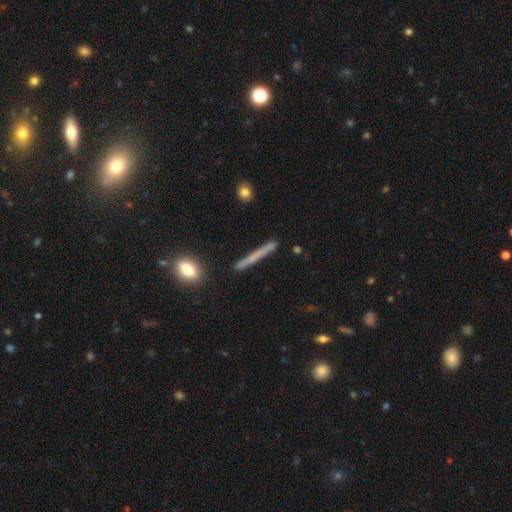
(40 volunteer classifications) smooth-or-featured: featured or disk: 60% | smooth: 30% | star or artifact: 10%
  disk-edge-on: yes: 100% | no: 0%
    edge-on-bulge: none: 88% | boxy: 8% | rounded: 4%
  merging: none: 92% | minor disturbance: 8% | major disturbance: 0% | merger: 0%